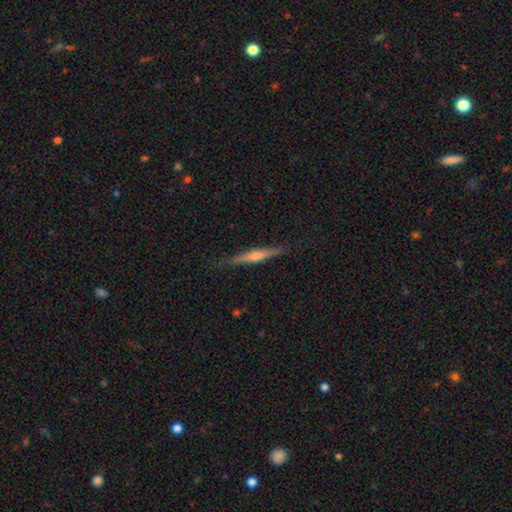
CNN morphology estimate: This appears to be a featured or disk galaxy (66%) viewed edge-on (97%) with a rounded central bulge (80%). Merging: none (86%).